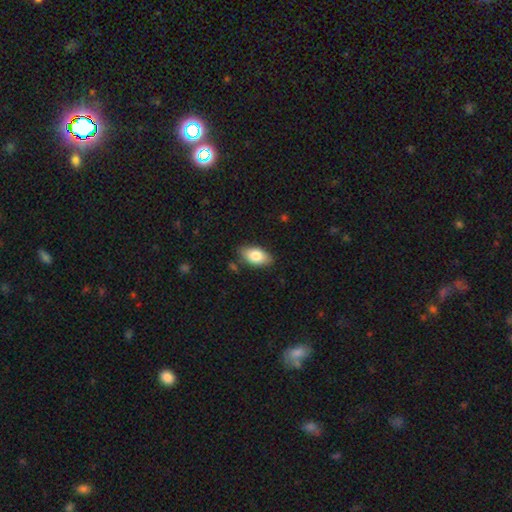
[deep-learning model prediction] Smooth or featured?
  - smooth: 81% *
  - featured or disk: 12%
  - star or artifact: 7%
How rounded?
  - in between: 92% *
  - round: 4%
  - cigar-shaped: 4%
Merging?
  - none: 83% *
  - minor disturbance: 13%
  - major disturbance: 2%
  - merger: 2%